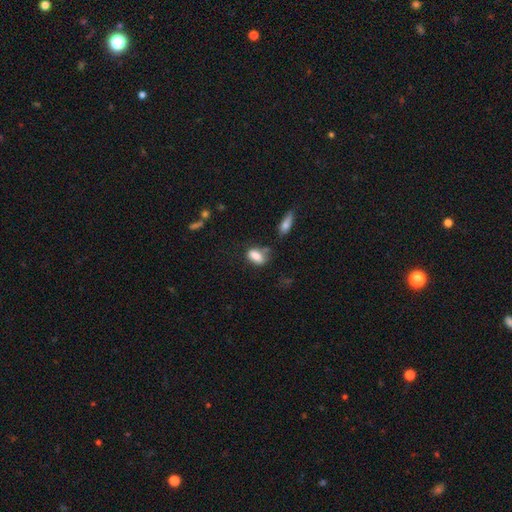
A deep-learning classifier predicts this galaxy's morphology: Overall: smooth (82%). How rounded: in between (86%). Merging: none (51%; minor disturbance 27%).